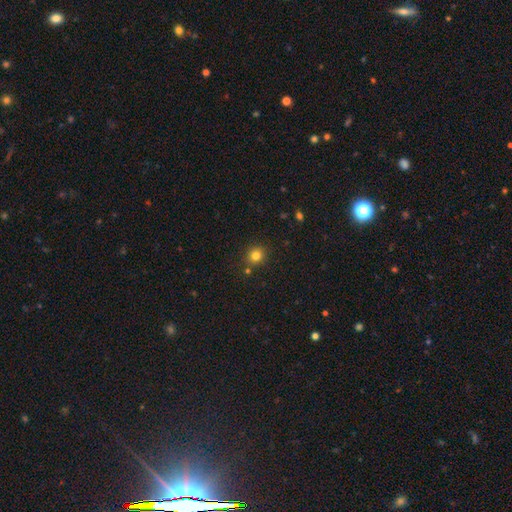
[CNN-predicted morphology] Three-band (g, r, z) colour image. It shows a smooth galaxy with no disk features (81%) that is round (87%). Merging: none (84%).